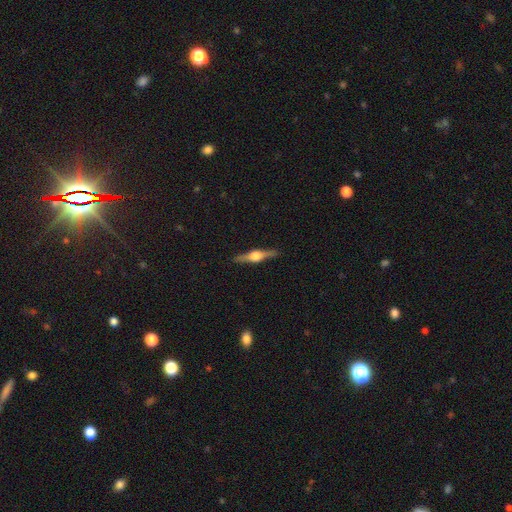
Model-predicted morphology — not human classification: smooth_or_featured: featured or disk (p=0.78) [alt: smooth p=0.17]
disk_edge_on: yes (p=0.98) [alt: no p=0.02]
edge_on_bulge: rounded (p=0.94) [alt: boxy p=0.05]
merging: none (p=0.90) [alt: minor disturbance p=0.07]